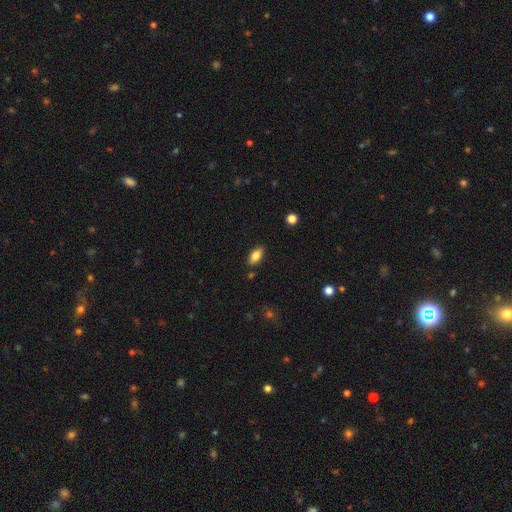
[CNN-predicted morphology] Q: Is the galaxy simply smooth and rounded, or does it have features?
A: smooth — 81%.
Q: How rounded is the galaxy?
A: in between — 90%.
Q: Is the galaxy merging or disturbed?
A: none — 85%.